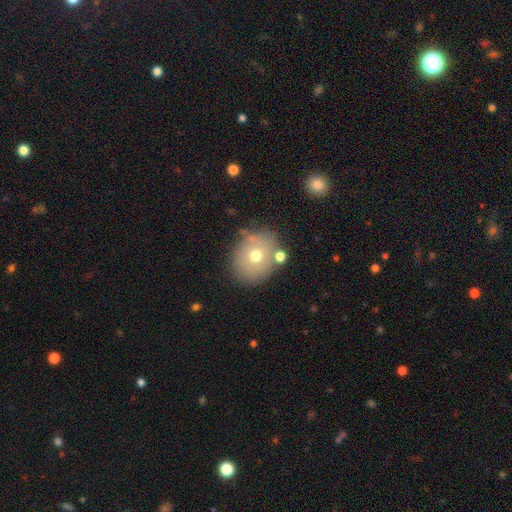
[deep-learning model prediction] Smooth or featured? Predicted: smooth (p=0.66). How rounded? Predicted: round (p=0.67). Merging? Predicted: none (p=0.76).